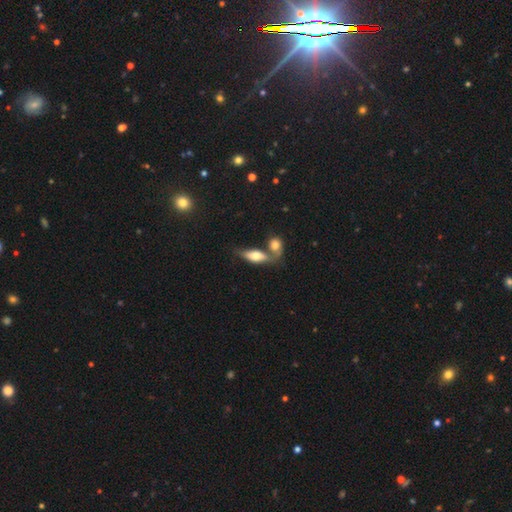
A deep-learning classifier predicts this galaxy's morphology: Smooth or featured?
  - smooth: 62% *
  - featured or disk: 31%
  - star or artifact: 7%
How rounded?
  - in between: 73% *
  - cigar-shaped: 22%
  - round: 4%
Merging?
  - merger: 44% *
  - none: 39%
  - minor disturbance: 12%
  - major disturbance: 6%